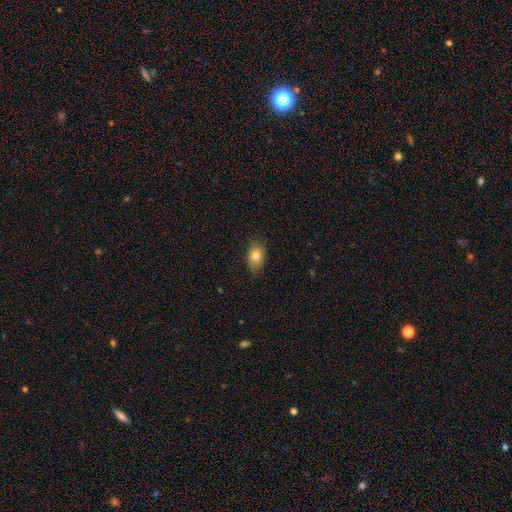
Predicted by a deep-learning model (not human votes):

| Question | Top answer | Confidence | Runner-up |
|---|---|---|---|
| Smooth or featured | smooth | 80% | featured or disk (11%) |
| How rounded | in between | 84% | round (15%) |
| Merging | none | 79% | minor disturbance (17%) |